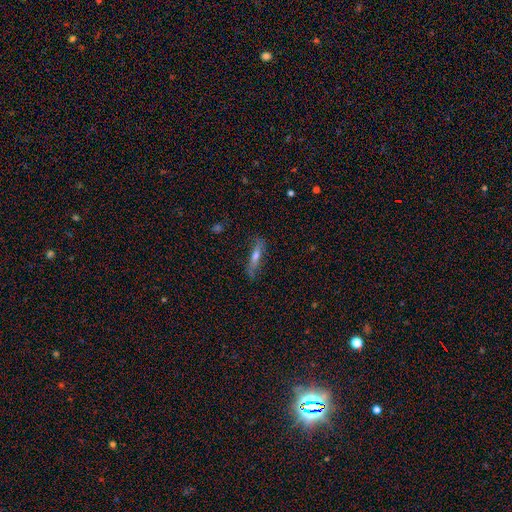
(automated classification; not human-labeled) Morphology: type=smooth (46%, tied with featured or disk); merging=none (76%).